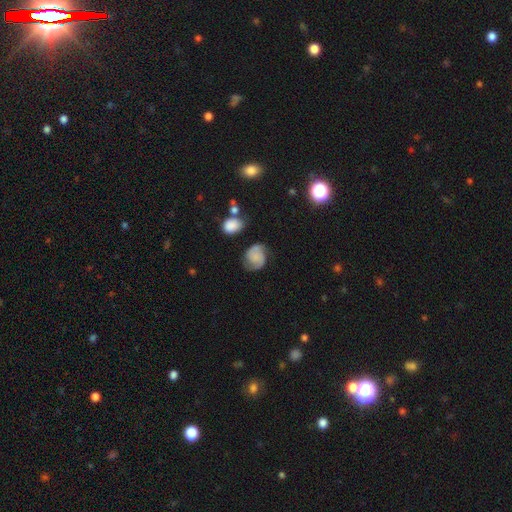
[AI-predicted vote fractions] This is possibly a featured or disk galaxy (54%). It is clearly not viewed edge-on (98%). Bar: likely no (71%). Spiral arm pattern: clearly yes (91%). Central bulge: possibly none (51%). Merging: likely none (63%).